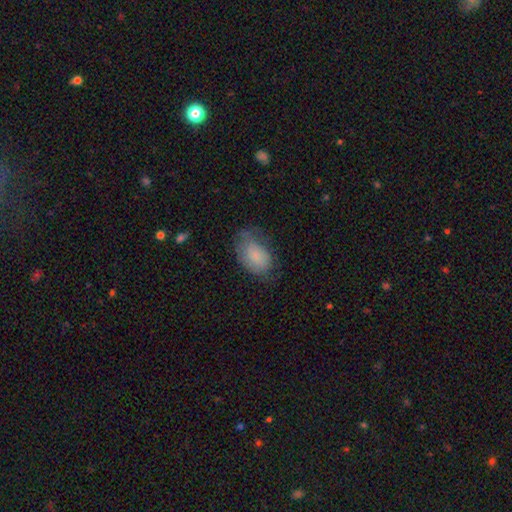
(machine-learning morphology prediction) type=smooth (79%); roundness=in between (89%); merging=none (51%).